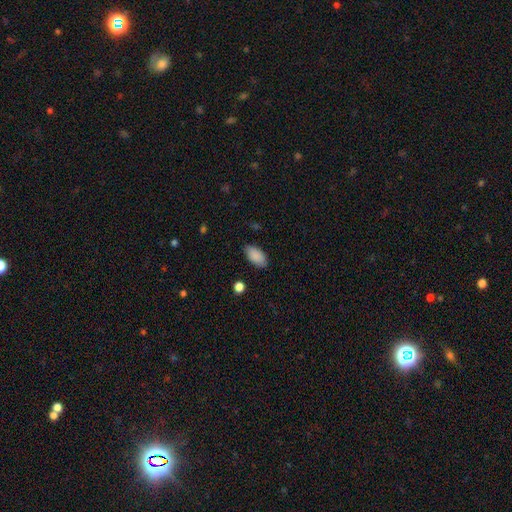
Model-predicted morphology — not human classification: smooth 89%, star or artifact 7%, featured or disk 4%. Down the decision tree: how rounded — in between (93%); merging — none (83%).